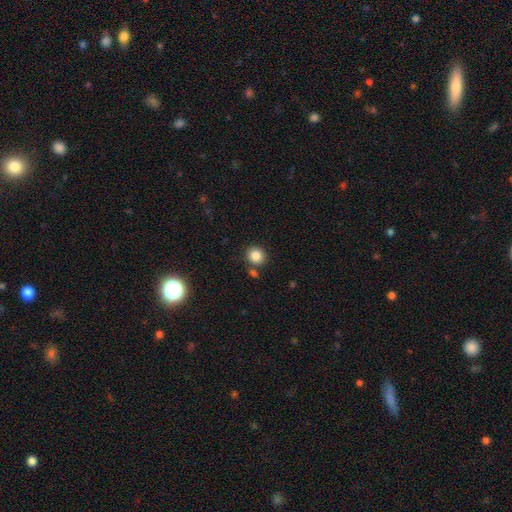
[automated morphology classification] Overall: smooth (85%). How rounded: round (82%). Merging: none (79%).